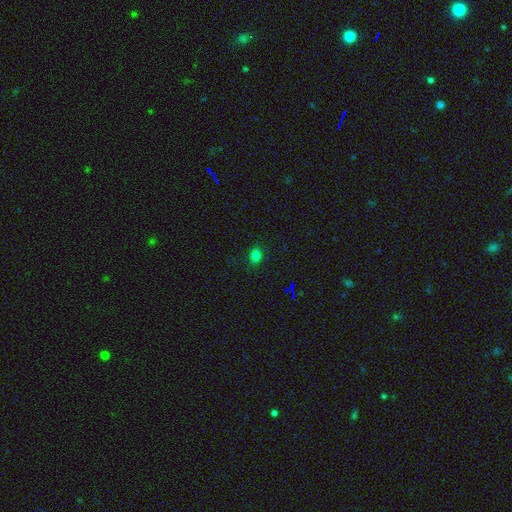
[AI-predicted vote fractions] smooth_or_featured: smooth (p=0.77) [alt: star or artifact p=0.18]
how_rounded: round (p=0.58) [alt: in between p=0.41]
merging: none (p=0.87) [alt: minor disturbance p=0.10]